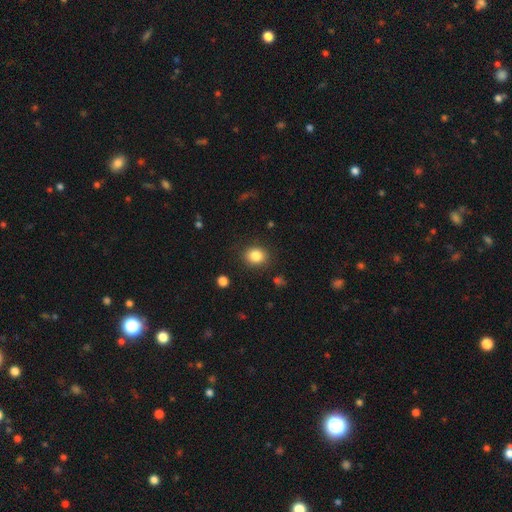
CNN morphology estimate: Smooth or featured: smooth — 84% (star or artifact — 10%)
How rounded: round — 63% (in between — 36%)
Merging: none — 87% (minor disturbance — 9%)